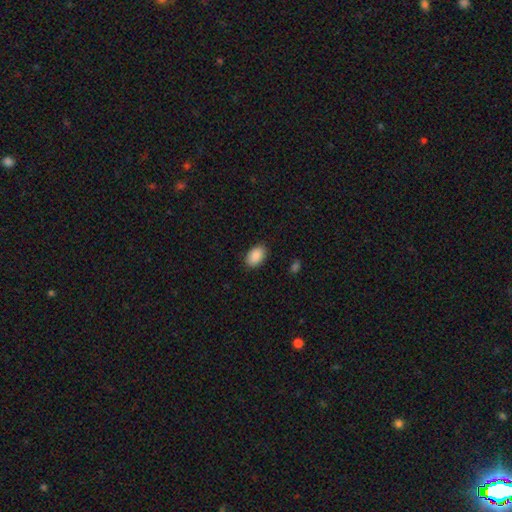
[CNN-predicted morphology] Overall: smooth (90%). How rounded: in between (90%). Merging: none (87%).